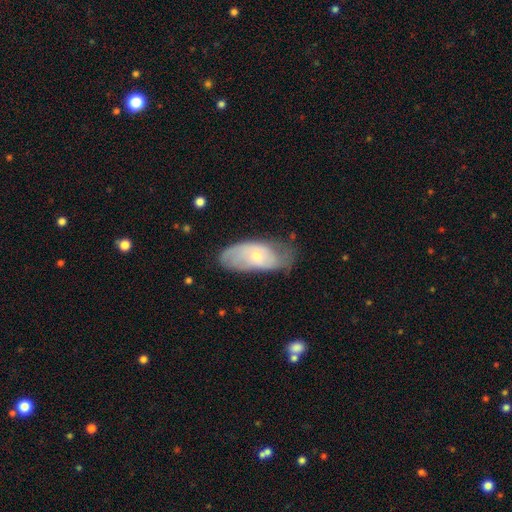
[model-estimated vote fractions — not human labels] This appears to be a featured or disk galaxy (54%). Merging: none (54%).